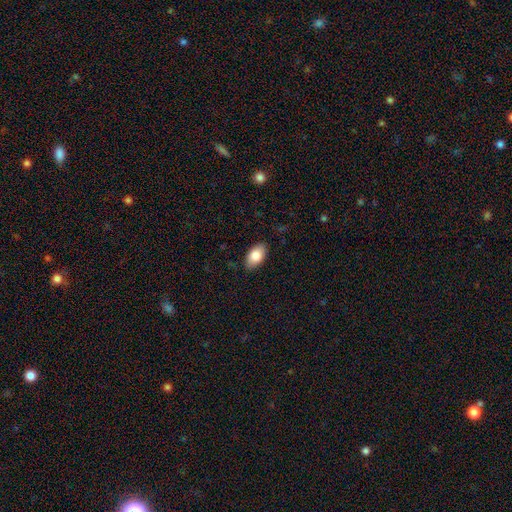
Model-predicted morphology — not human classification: type=smooth (83%); roundness=in between (93%); merging=none (86%).